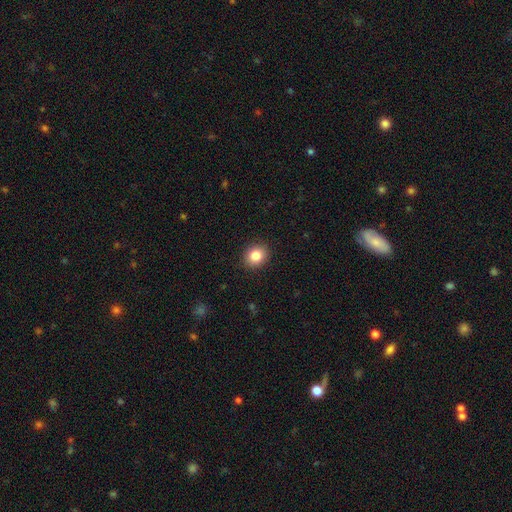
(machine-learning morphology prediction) This appears to be a smooth galaxy with no disk features (84%) that is round (65%). Merging: none (90%).